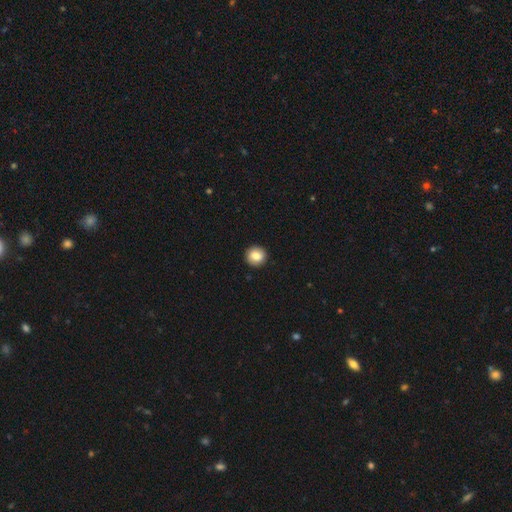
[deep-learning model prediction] The model was most divided on "smooth or featured": smooth: 83%, featured or disk: 9%, star or artifact: 8%. More confident: merging — none (91%); how rounded — round (91%).